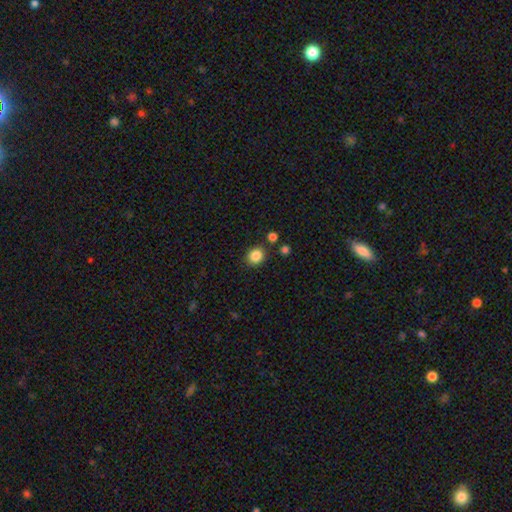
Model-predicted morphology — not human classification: Smooth or featured? Predicted: smooth (p=0.86). How rounded? Predicted: round (p=0.78). Merging? Predicted: none (p=0.85).